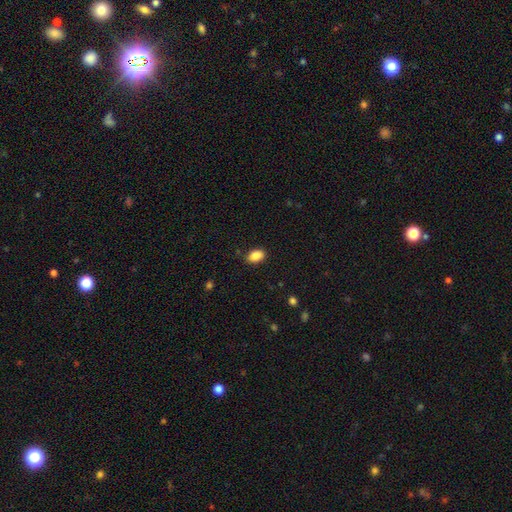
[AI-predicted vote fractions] Q: Smooth or featured?
A: smooth (88%); runner-up: star or artifact (8%)
Q: How rounded?
A: in between (90%); runner-up: round (8%)
Q: Merging?
A: none (86%); runner-up: minor disturbance (11%)